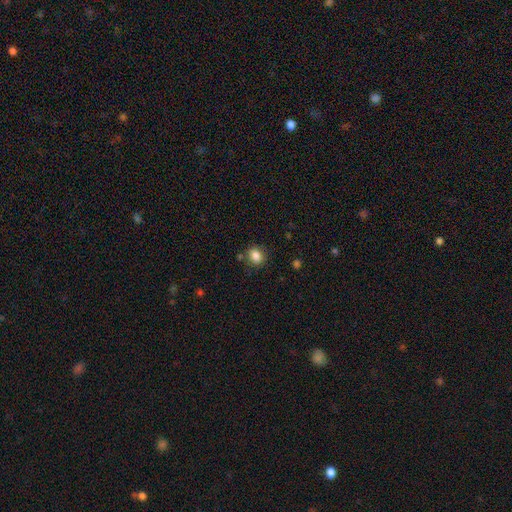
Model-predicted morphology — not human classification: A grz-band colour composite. It shows a smooth galaxy with no disk features (85%) that is round (58%). Merging: none (82%).